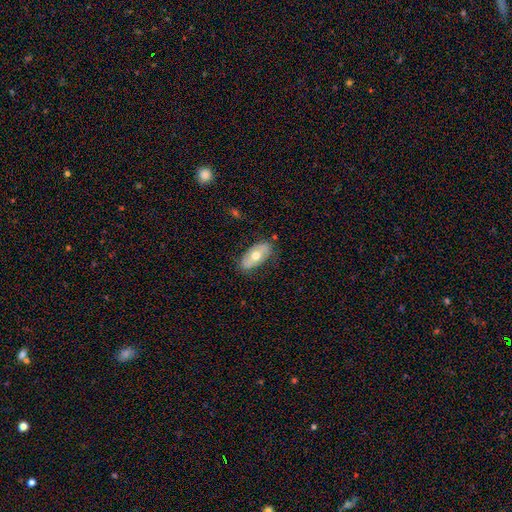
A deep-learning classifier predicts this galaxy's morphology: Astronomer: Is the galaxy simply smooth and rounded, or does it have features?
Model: smooth — 57% (runner-up: featured or disk, 37%).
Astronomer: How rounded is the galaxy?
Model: in between — 91%.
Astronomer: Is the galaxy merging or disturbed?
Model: none — 79%.